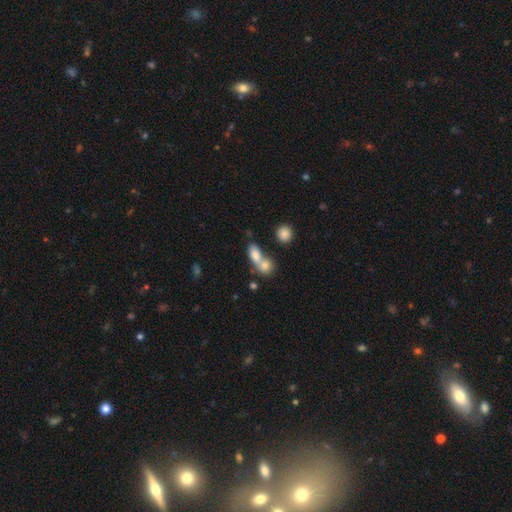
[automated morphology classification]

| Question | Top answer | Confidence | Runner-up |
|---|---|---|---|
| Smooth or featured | smooth | 78% | featured or disk (13%) |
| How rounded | in between | 75% | round (18%) |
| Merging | merger | 60% | none (29%) |